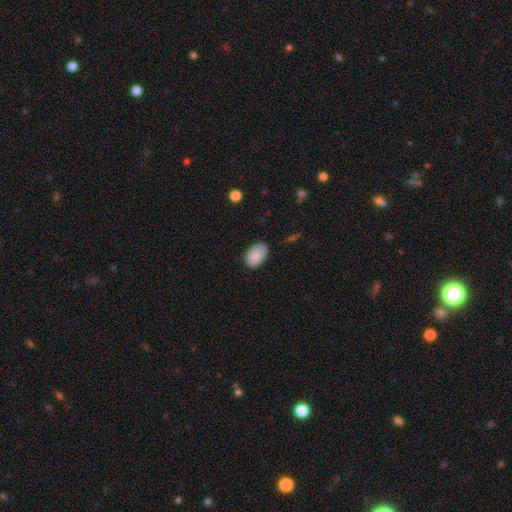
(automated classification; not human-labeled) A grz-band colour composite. It shows a smooth galaxy with no disk features (87%) that is in between round and cigar-shaped (90%). Merging: none (77%).